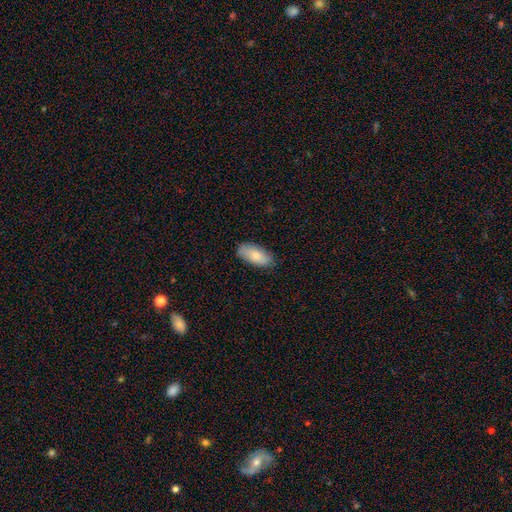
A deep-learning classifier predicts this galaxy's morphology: smooth_or_featured: smooth (p=0.81) [alt: featured or disk p=0.13]
how_rounded: in between (p=0.91) [alt: cigar-shaped p=0.06]
merging: none (p=0.82) [alt: minor disturbance p=0.14]